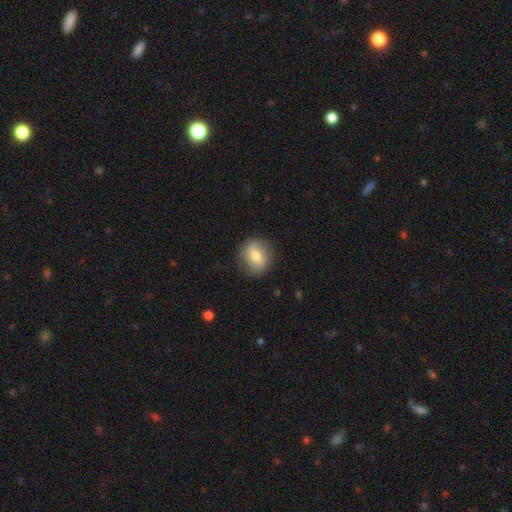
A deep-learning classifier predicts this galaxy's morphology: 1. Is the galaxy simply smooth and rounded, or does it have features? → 60% smooth, 32% featured or disk, 8% star or artifact.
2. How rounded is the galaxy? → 74% round, 25% in between, 1% cigar-shaped.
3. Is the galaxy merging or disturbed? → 80% none, 14% minor disturbance, 4% major disturbance, 1% merger.